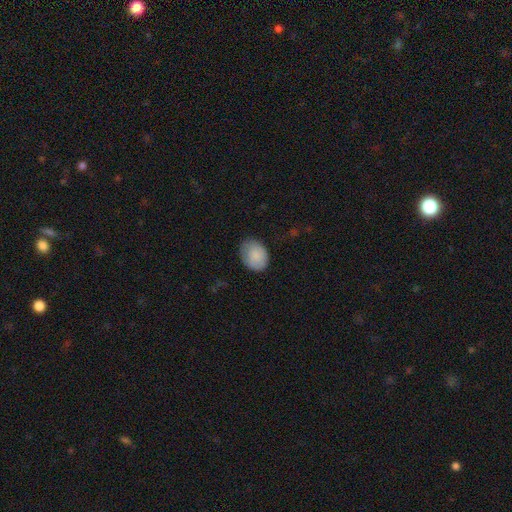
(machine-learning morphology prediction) A smooth galaxy with no disk features (84%) that is in between round and cigar-shaped (66%).

Vote fractions:
- Smooth or featured? smooth: 84% / featured or disk: 9% / star or artifact: 6%
- How rounded? in between: 66% / round: 33% / cigar-shaped: 1%
- Merging? none: 73% / minor disturbance: 22% / major disturbance: 5% / merger: 1%